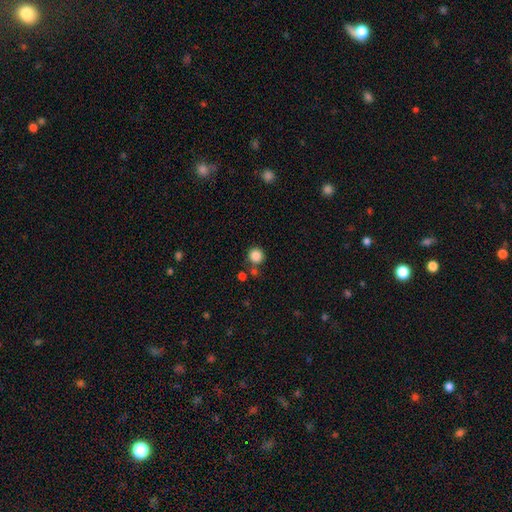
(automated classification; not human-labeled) Overall: smooth (85%). How rounded: round (93%). Merging: none (77%).